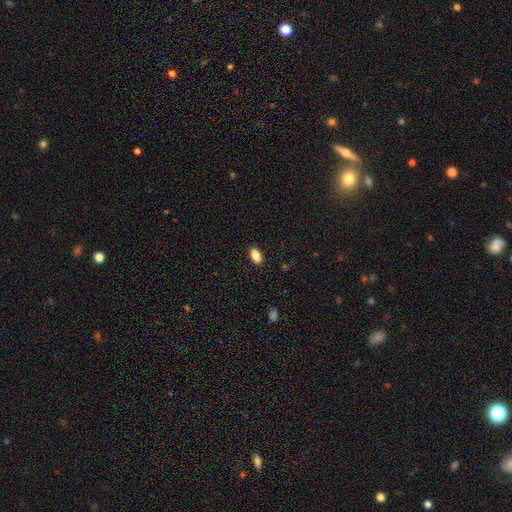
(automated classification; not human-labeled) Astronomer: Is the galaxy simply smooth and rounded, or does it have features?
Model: smooth — 86%.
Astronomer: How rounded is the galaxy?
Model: in between — 90%.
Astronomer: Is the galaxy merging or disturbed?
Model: none — 89%.